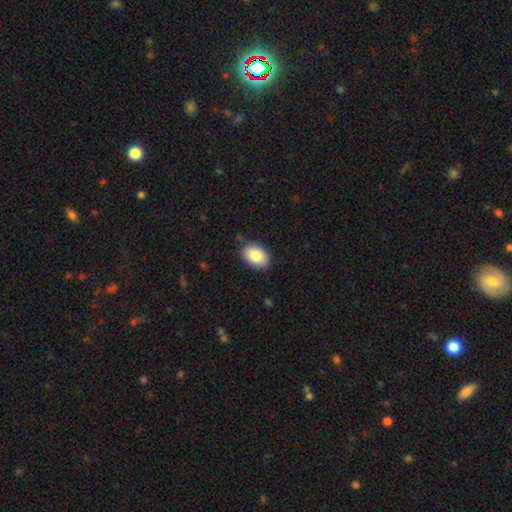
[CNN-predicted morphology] Smooth or featured?
  - smooth: 84% *
  - featured or disk: 9%
  - star or artifact: 7%
How rounded?
  - in between: 80% *
  - round: 19%
  - cigar-shaped: 1%
Merging?
  - none: 87% *
  - minor disturbance: 10%
  - major disturbance: 2%
  - merger: 1%